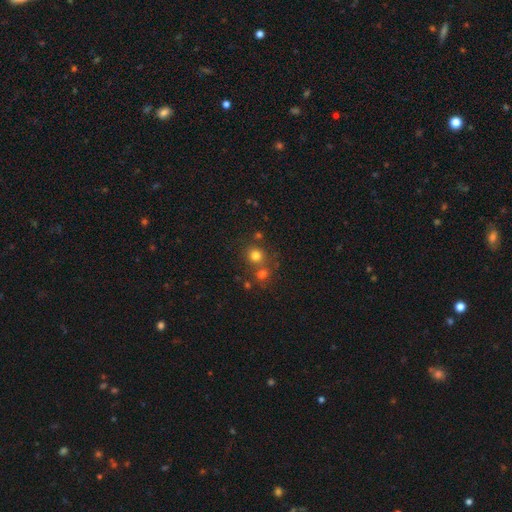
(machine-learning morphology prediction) This appears to be a smooth galaxy with no disk features (75%) that is round (88%). Merging: none (64%).